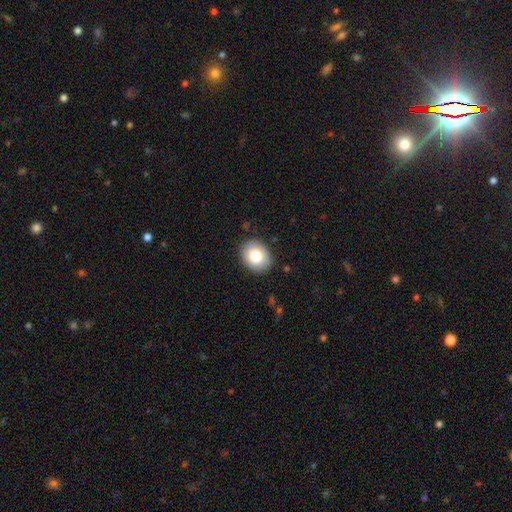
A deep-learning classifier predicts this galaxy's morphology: The model was most divided on "how rounded": in between: 56%, round: 43%, cigar-shaped: 1%. More confident: merging — none (87%); smooth or featured — smooth (81%).